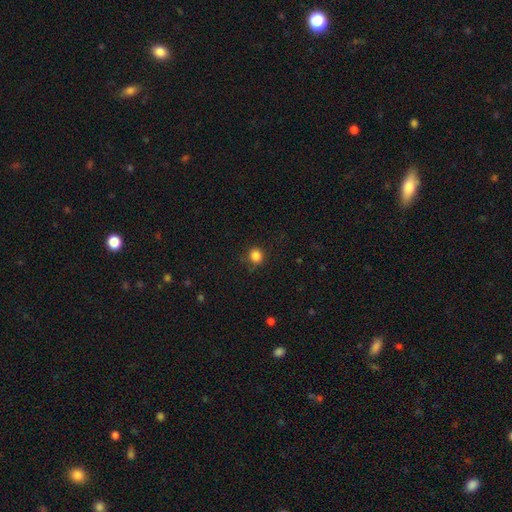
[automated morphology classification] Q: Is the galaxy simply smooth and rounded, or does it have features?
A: smooth — 85%.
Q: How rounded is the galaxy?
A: round — 86%.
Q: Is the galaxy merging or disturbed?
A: none — 81%.